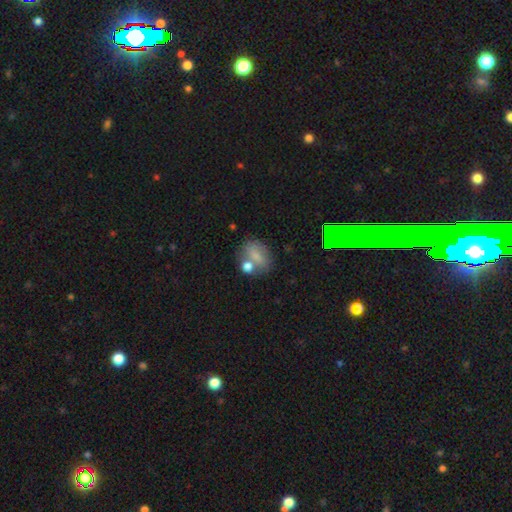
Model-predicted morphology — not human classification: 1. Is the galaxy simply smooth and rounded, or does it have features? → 71% smooth, 18% featured or disk, 12% star or artifact.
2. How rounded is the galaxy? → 61% in between, 37% round, 2% cigar-shaped.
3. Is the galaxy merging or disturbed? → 48% none, 26% merger, 18% minor disturbance, 8% major disturbance.